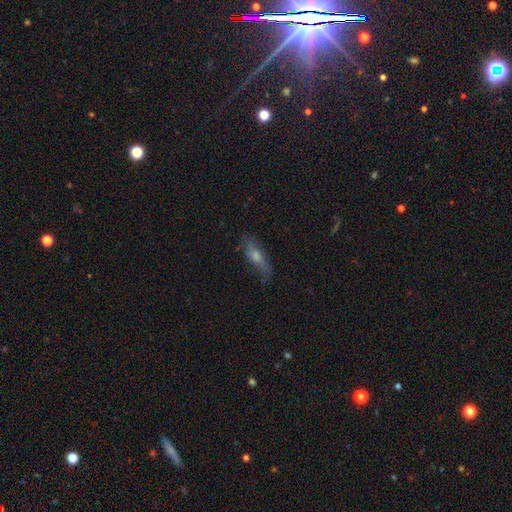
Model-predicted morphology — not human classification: Smooth or featured? Predicted: smooth (p=0.57). How rounded? Predicted: cigar-shaped (p=0.54). Merging? Predicted: none (p=0.66).